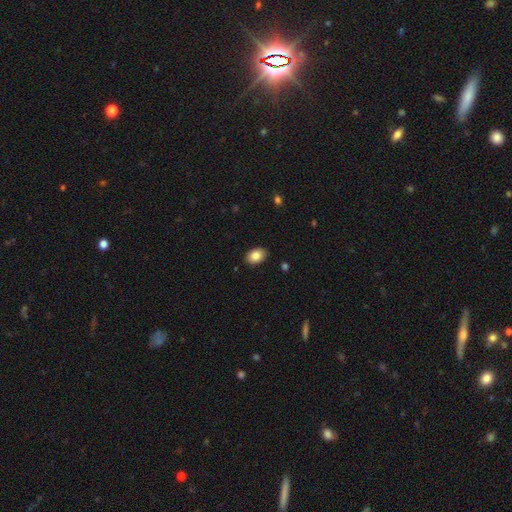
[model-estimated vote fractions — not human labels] Smooth or featured?
  - smooth: 85% *
  - star or artifact: 8%
  - featured or disk: 7%
How rounded?
  - in between: 83% *
  - round: 16%
  - cigar-shaped: 1%
Merging?
  - none: 88% *
  - minor disturbance: 9%
  - major disturbance: 2%
  - merger: 1%